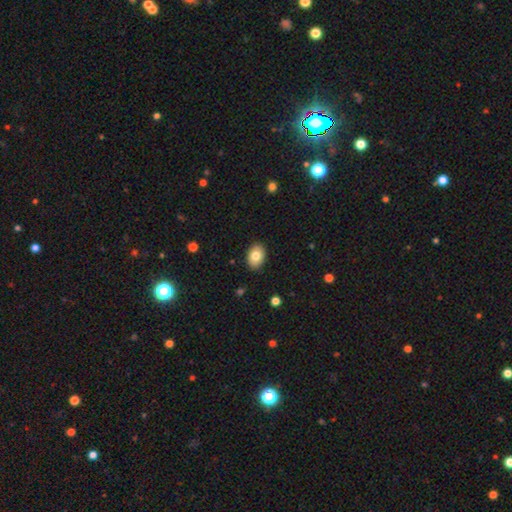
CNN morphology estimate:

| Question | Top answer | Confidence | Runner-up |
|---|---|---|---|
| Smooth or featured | smooth | 80% | featured or disk (12%) |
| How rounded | in between | 80% | round (19%) |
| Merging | none | 89% | minor disturbance (8%) |